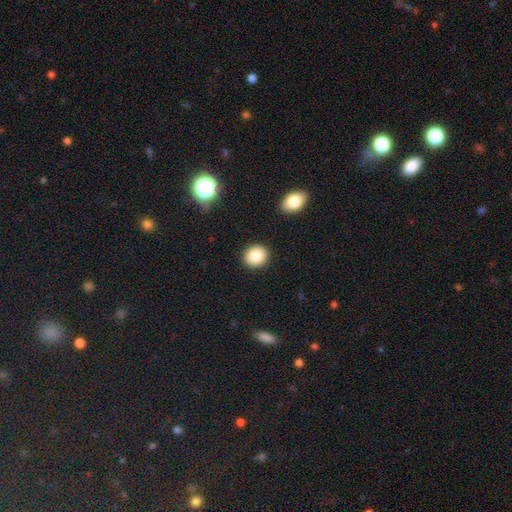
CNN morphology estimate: smooth 85%, star or artifact 9%, featured or disk 6%. Down the decision tree: how rounded — round (75%); merging — none (90%).